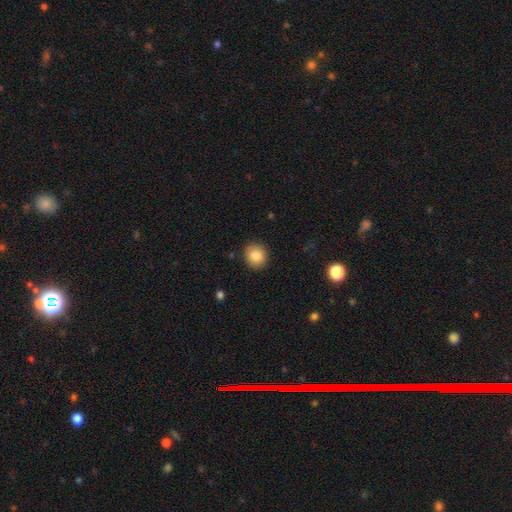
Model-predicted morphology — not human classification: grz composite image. It shows a smooth galaxy with no disk features (84%) that is round (81%). Merging: none (90%).